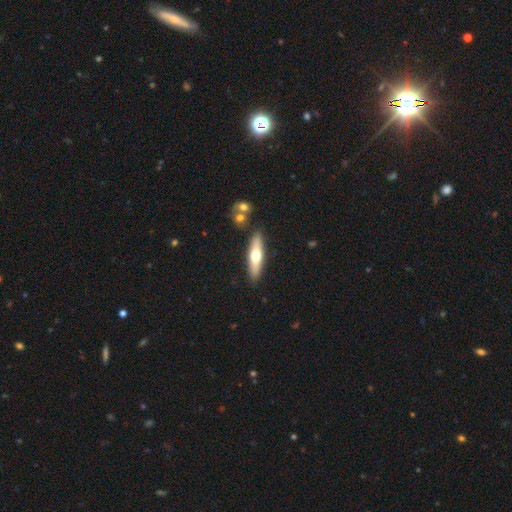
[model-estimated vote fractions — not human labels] Smooth or featured: smooth — 50% (featured or disk — 45%)
Merging: none — 86% (minor disturbance — 8%)